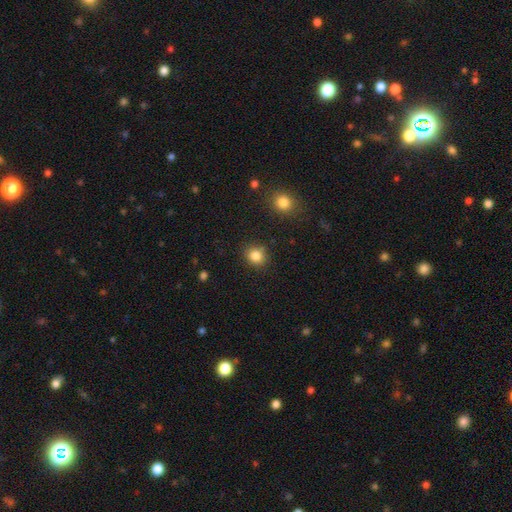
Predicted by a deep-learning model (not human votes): smooth-or-featured: smooth: 85% | star or artifact: 11% | featured or disk: 5%
  how-rounded: round: 78% | in between: 21% | cigar-shaped: 1%
  merging: none: 84% | minor disturbance: 10% | major disturbance: 3% | merger: 2%